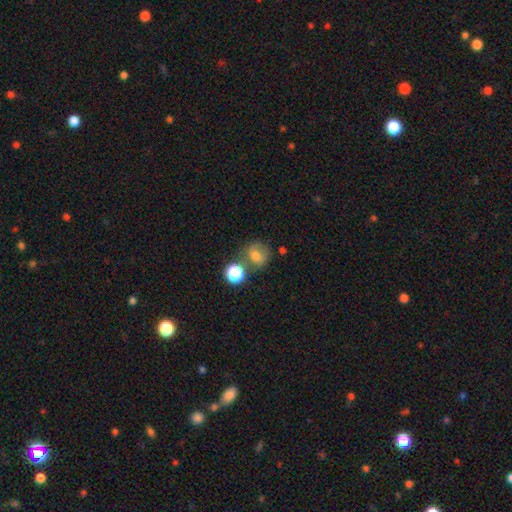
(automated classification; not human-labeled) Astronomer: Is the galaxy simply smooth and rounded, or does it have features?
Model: smooth — 65%.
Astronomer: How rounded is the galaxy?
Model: round — 74%.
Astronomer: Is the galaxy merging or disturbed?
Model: none — 57%.